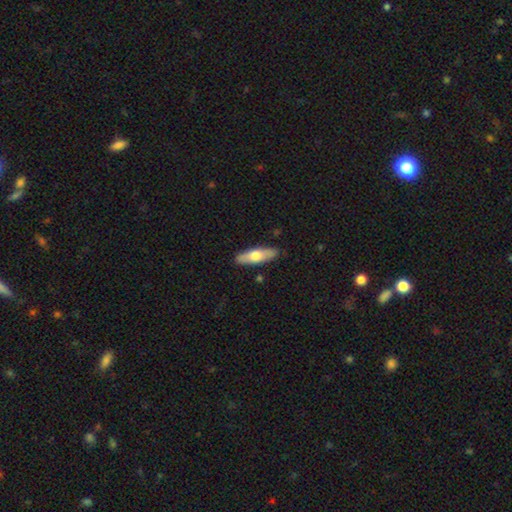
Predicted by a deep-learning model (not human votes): Smooth or featured?
  - smooth: 59% *
  - featured or disk: 36%
  - star or artifact: 5%
How rounded?
  - cigar-shaped: 53% *
  - in between: 45%
  - round: 2%
Merging?
  - none: 88% *
  - minor disturbance: 9%
  - major disturbance: 2%
  - merger: 1%